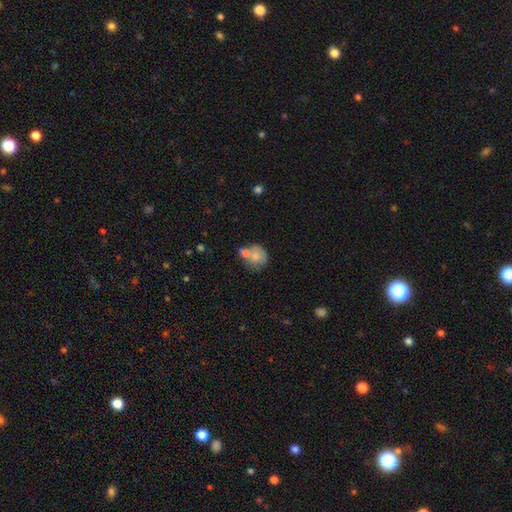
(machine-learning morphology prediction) This appears to be a smooth galaxy with no disk features (72%) that is round (65%). Merging: merger (43%).